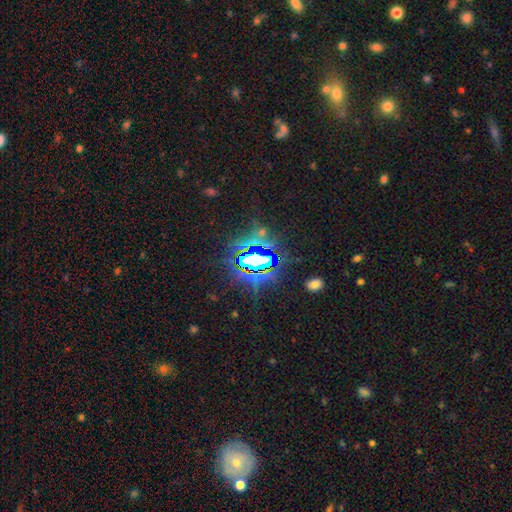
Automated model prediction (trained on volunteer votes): Morphology: type=star or artifact (79%).